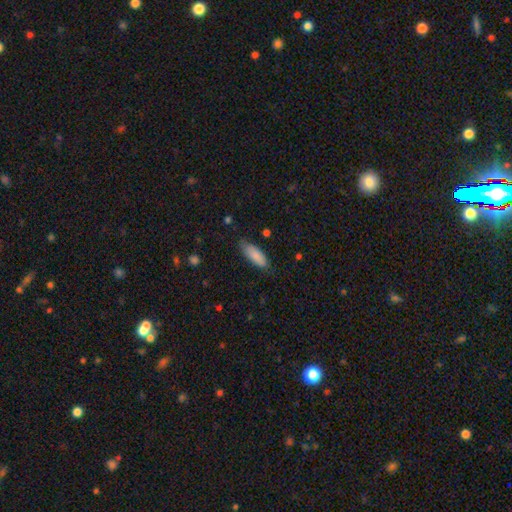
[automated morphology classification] smooth-or-featured: smooth: 86% | featured or disk: 8% | star or artifact: 6%
  how-rounded: in between: 68% | cigar-shaped: 31% | round: 2%
  merging: none: 77% | minor disturbance: 19% | major disturbance: 3% | merger: 1%